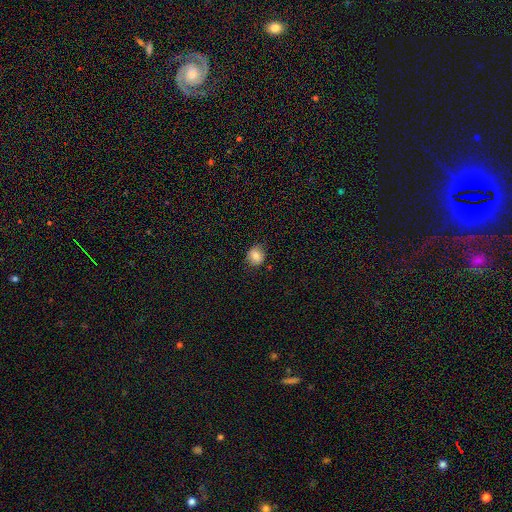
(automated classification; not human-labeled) Q: Smooth or featured?
A: smooth (82%); runner-up: star or artifact (10%)
Q: How rounded?
A: round (74%); runner-up: in between (25%)
Q: Merging?
A: none (81%); runner-up: minor disturbance (14%)